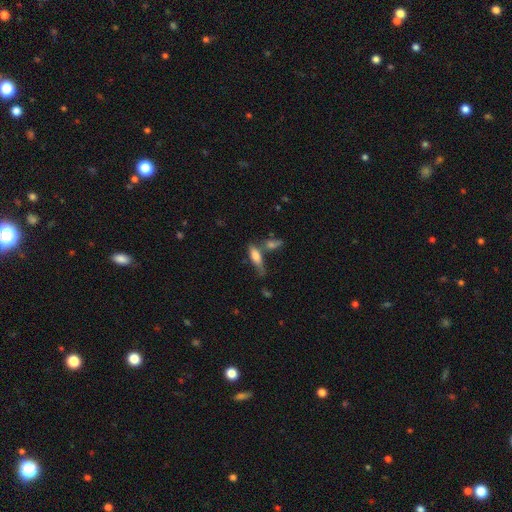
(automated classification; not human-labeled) This is likely a smooth galaxy (69%). How rounded: possibly in between (55%). Merging: marginally none (40%).